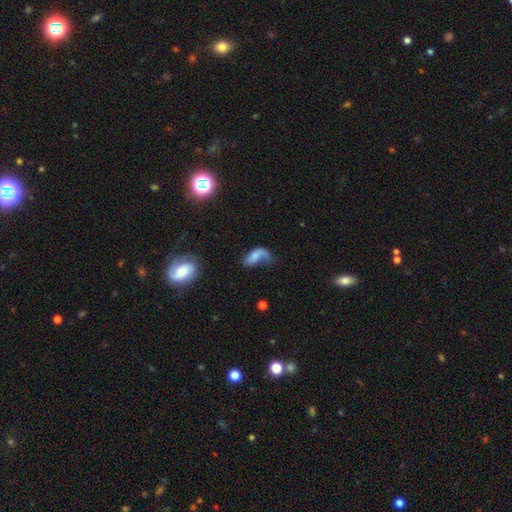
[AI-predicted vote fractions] Q: Smooth or featured?
A: smooth (48%); runner-up: featured or disk (42%)
Q: Merging?
A: major disturbance (41%); runner-up: none (30%)